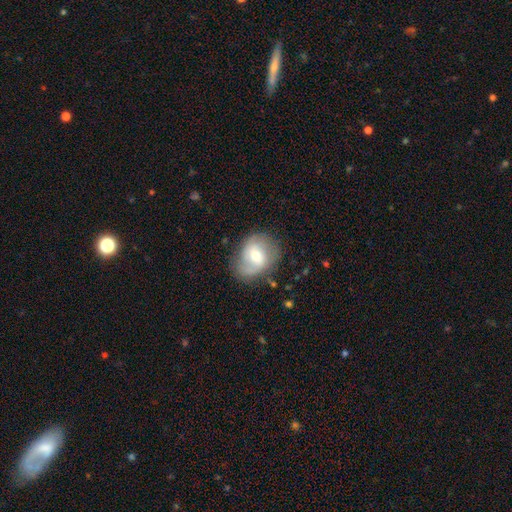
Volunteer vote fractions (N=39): A featured or disk galaxy (72%) with a weak bar (48%), 1 (40%) loose (40%) spiral arms (74%) and a moderate central bulge (63%).

Vote fractions:
- Smooth or featured? featured or disk: 72% / smooth: 21% / star or artifact: 8%
- Edge-on disk? no: 96% / yes: 4%
- Bar? weak: 48% / no: 33% / strong: 19%
- Spiral arms? yes: 74% / no: 26%
- Spiral winding? loose: 40% / medium: 35% / tight: 25%
- Spiral arm count? 1: 40% / 2: 30% / can't tell: 20% / 3: 10% / 4: 0% / more than 4: 0%
- Bulge size? moderate: 63% / small: 30% / large: 7% / dominant: 0% / none: 0%
- Merging? none: 47% / minor disturbance: 42% / major disturbance: 8% / merger: 3%